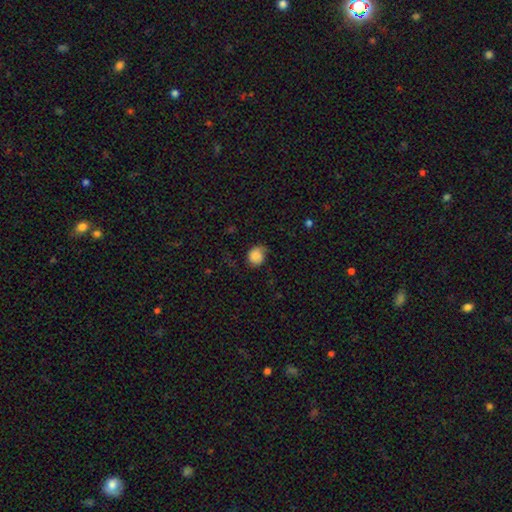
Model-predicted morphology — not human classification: smooth-or-featured: smooth: 80% | featured or disk: 11% | star or artifact: 9%
  how-rounded: round: 72% | in between: 27% | cigar-shaped: 1%
  merging: none: 60% | minor disturbance: 29% | major disturbance: 9% | merger: 1%